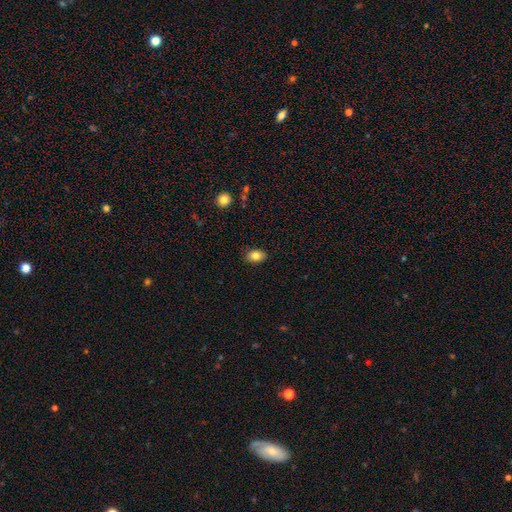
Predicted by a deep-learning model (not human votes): A smooth galaxy with no disk features (83%) that is in between round and cigar-shaped (78%). Merging: none (86%).